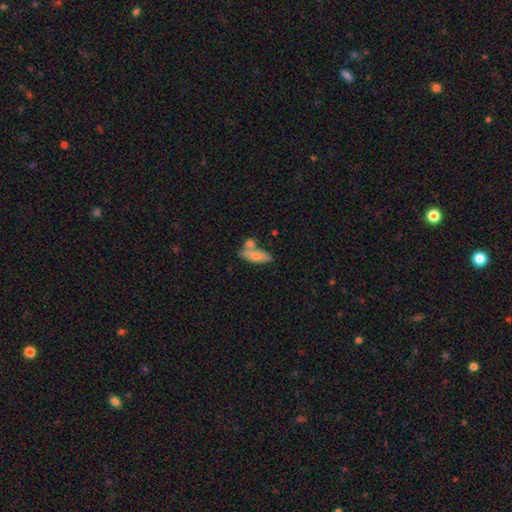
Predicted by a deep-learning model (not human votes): smooth-or-featured: smooth: 68% | featured or disk: 25% | star or artifact: 7%
  how-rounded: in between: 60% | cigar-shaped: 36% | round: 4%
  merging: none: 42% | merger: 38% | minor disturbance: 15% | major disturbance: 6%